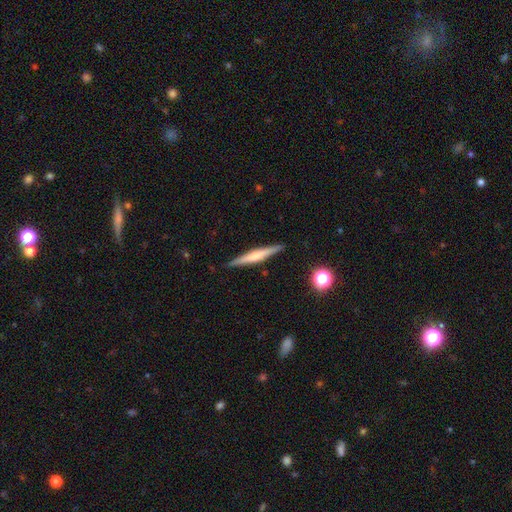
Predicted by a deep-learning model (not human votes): featured or disk 59%, smooth 35%, star or artifact 6%. Down the decision tree: edge-on disk — yes (97%); edge-on bulge — rounded (60%); merging — none (90%).